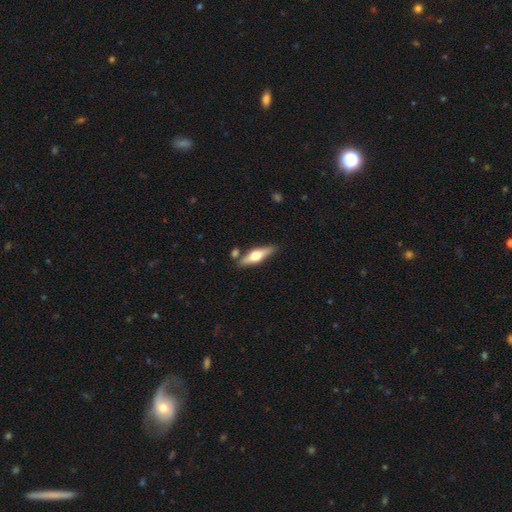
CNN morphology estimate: The model was most divided on "smooth or featured": featured or disk: 56%, smooth: 38%, star or artifact: 6%. More confident: edge-on bulge — rounded (94%); edge-on disk — yes (93%); merging — none (79%).